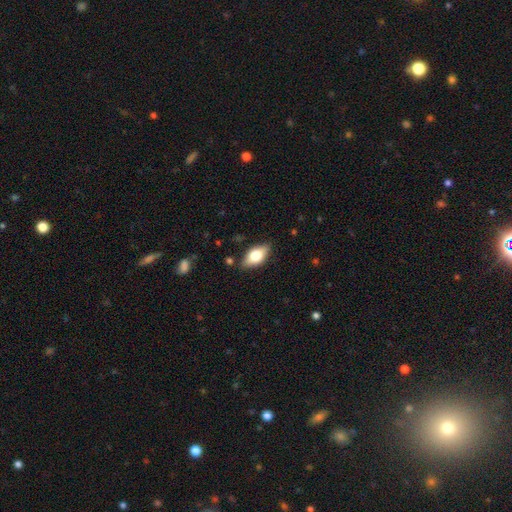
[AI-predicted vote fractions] Q: Smooth or featured?
A: smooth (62%); runner-up: featured or disk (30%)
Q: How rounded?
A: in between (87%); runner-up: cigar-shaped (8%)
Q: Merging?
A: none (83%); runner-up: minor disturbance (13%)